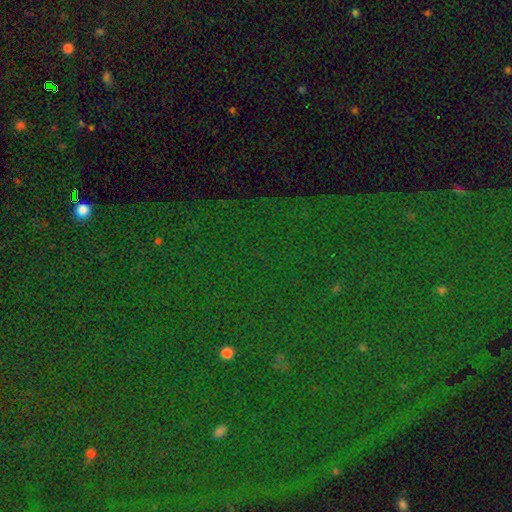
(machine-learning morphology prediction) type=star or artifact (84%).